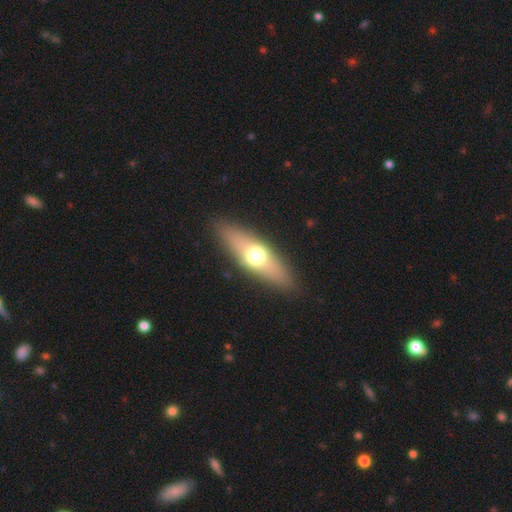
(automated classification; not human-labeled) smooth-or-featured: smooth: 55% | featured or disk: 38% | star or artifact: 8%
  how-rounded: cigar-shaped: 48% (tied) | in between: 48% (tied) | round: 5%
  merging: none: 88% | minor disturbance: 8% | major disturbance: 3% | merger: 1%